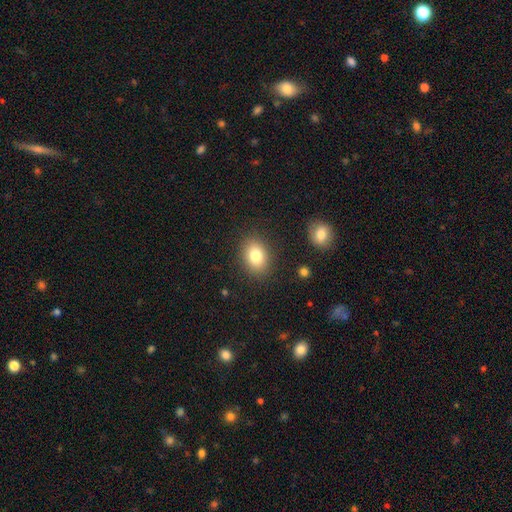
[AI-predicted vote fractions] A smooth galaxy with no disk features (81%) that is in between round and cigar-shaped (66%).

Vote fractions:
- Smooth or featured? smooth: 81% / featured or disk: 10% / star or artifact: 10%
- How rounded? in between: 66% / round: 33% / cigar-shaped: 1%
- Merging? none: 86% / minor disturbance: 9% / major disturbance: 3% / merger: 2%